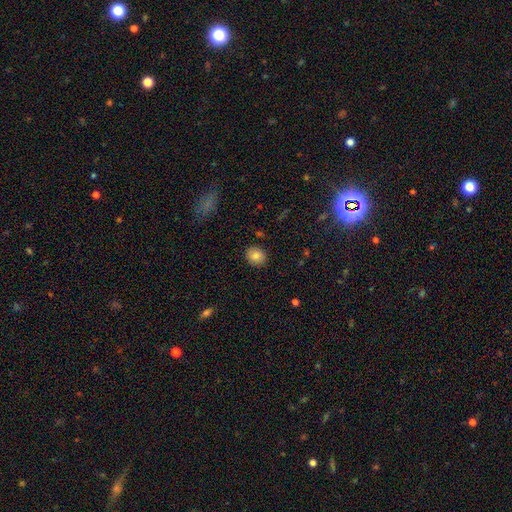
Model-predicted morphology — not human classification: This appears to be a smooth galaxy with no disk features (82%) that is round (68%). Merging: none (88%).